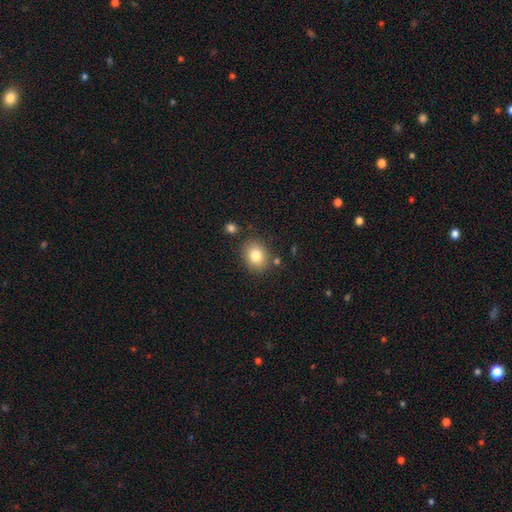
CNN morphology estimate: A smooth galaxy with no disk features (81%) that is round (56%). Merging: none (82%).